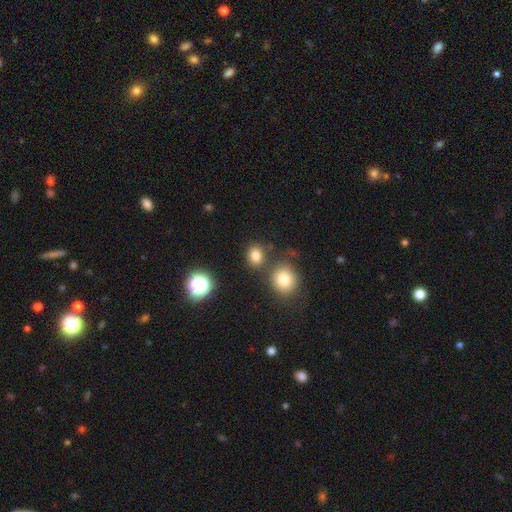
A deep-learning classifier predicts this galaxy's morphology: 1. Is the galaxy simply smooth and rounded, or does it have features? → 79% smooth, 15% star or artifact, 6% featured or disk.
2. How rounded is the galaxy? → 68% round, 31% in between, 1% cigar-shaped.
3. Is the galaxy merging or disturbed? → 75% none, 12% merger, 10% minor disturbance, 4% major disturbance.